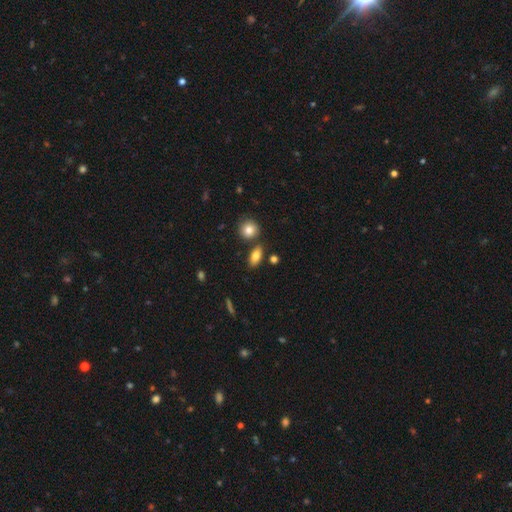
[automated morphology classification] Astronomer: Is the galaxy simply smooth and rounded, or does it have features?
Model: smooth — 81%.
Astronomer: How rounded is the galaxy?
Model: in between — 84%.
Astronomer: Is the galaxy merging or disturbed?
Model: none — 78%.